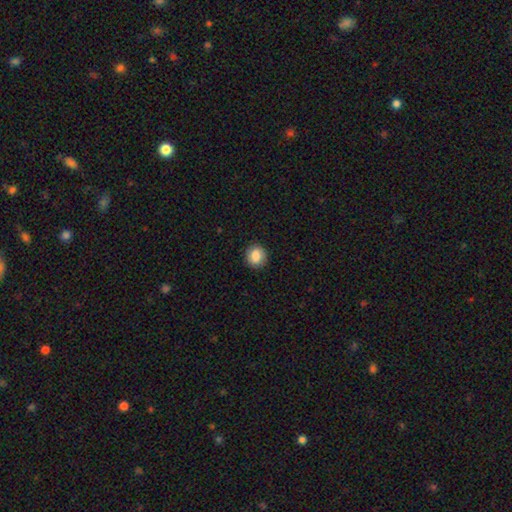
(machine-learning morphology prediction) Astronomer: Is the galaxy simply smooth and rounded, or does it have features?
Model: smooth — 85%.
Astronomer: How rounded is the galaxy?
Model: round — 83%.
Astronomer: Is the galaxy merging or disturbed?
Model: none — 90%.